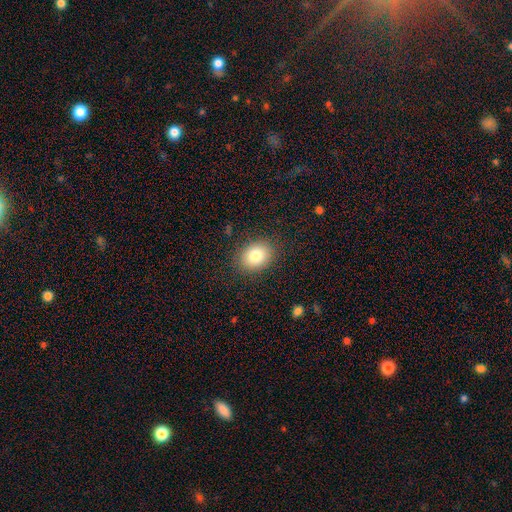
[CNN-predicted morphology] smooth_or_featured: smooth (p=0.82) [alt: star or artifact p=0.09]
how_rounded: in between (p=0.58) [alt: round p=0.41]
merging: none (p=0.87) [alt: minor disturbance p=0.09]